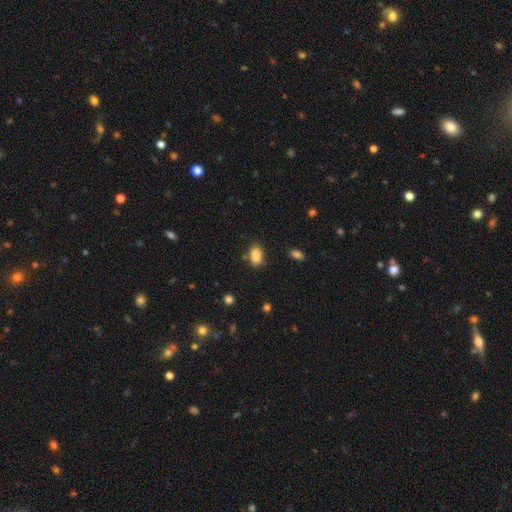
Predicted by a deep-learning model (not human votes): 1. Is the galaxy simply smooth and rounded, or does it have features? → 87% smooth, 8% star or artifact, 4% featured or disk.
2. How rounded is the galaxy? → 89% in between, 10% round, 2% cigar-shaped.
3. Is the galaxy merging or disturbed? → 79% none, 13% minor disturbance, 4% merger, 4% major disturbance.